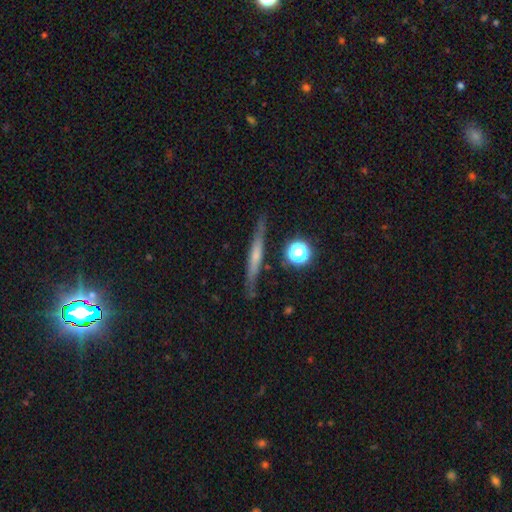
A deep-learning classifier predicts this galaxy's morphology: Smooth or featured?
  - featured or disk: 51% *
  - smooth: 40%
  - star or artifact: 10%
Edge-on disk?
  - yes: 92% *
  - no: 8%
Merging?
  - none: 82% *
  - minor disturbance: 13%
  - major disturbance: 3%
  - merger: 3%